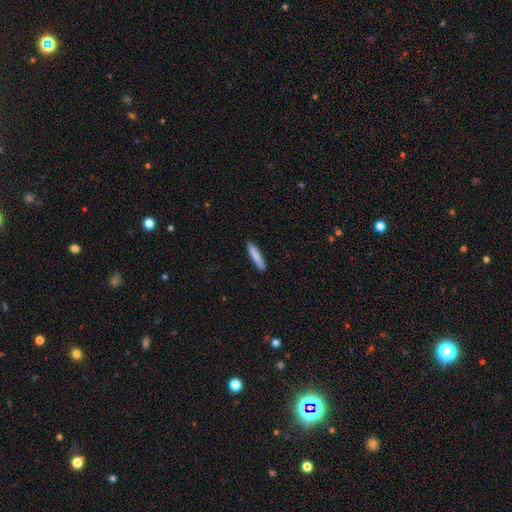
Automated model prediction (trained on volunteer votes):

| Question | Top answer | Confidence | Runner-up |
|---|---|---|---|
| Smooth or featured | smooth | 84% | featured or disk (10%) |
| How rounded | cigar-shaped | 89% | in between (10%) |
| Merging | none | 90% | minor disturbance (7%) |